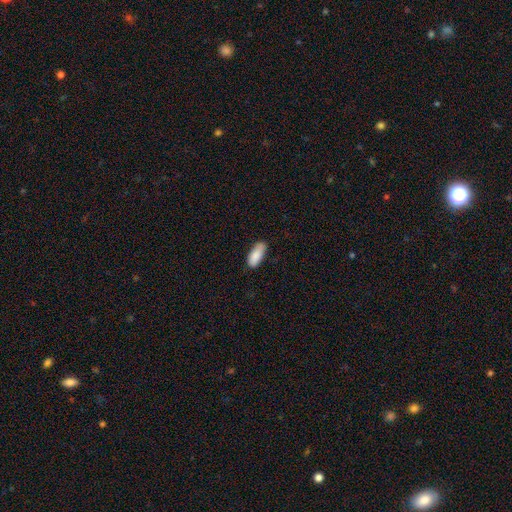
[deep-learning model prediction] smooth_or_featured: smooth (p=0.88) [alt: star or artifact p=0.06]
how_rounded: in between (p=0.82) [alt: cigar-shaped p=0.16]
merging: none (p=0.75) [alt: minor disturbance p=0.20]